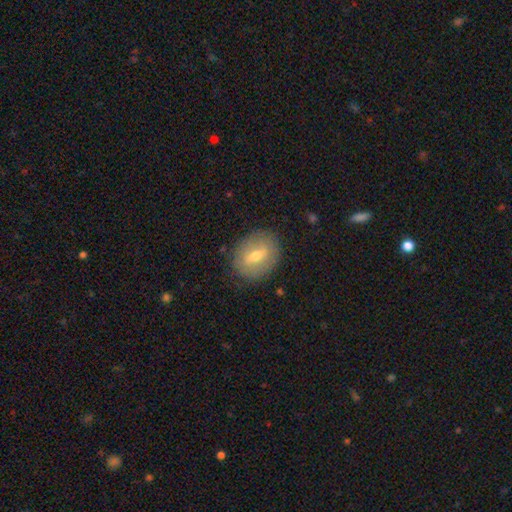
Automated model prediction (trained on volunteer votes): A smooth galaxy with no disk features (53%) that is in between round and cigar-shaped (62%). Merging: none (84%).